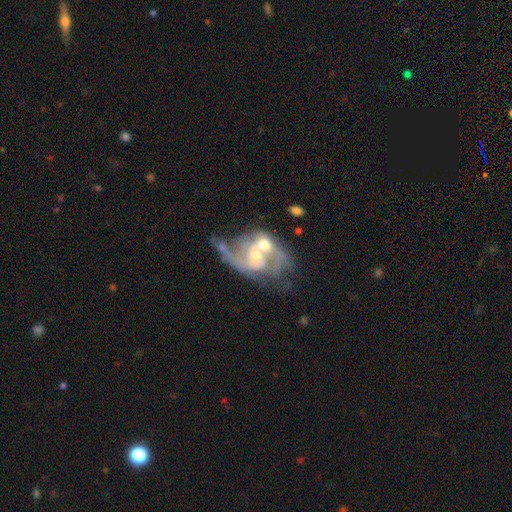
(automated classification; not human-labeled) A featured or disk galaxy (79%) with a weak bar (42%, tied with no), 2 (63%) loose (55%) spiral arms (83%) and a small central bulge (44%).

Vote fractions:
- Smooth or featured? featured or disk: 79% / star or artifact: 12% / smooth: 10%
- Edge-on disk? no: 97% / yes: 3%
- Bar? weak: 42% (tied) / no: 42% (tied) / strong: 16%
- Spiral arms? yes: 83% / no: 17%
- Spiral winding? loose: 55% / medium: 32% / tight: 13%
- Spiral arm count? 2: 63% / 1: 13% / can't tell: 12% / 3: 6% / 4: 3% / more than 4: 3%
- Bulge size? small: 44% / moderate: 40% / none: 9% / large: 4% / dominant: 2%
- Merging? merger: 33% / none: 32% / major disturbance: 21% / minor disturbance: 14%